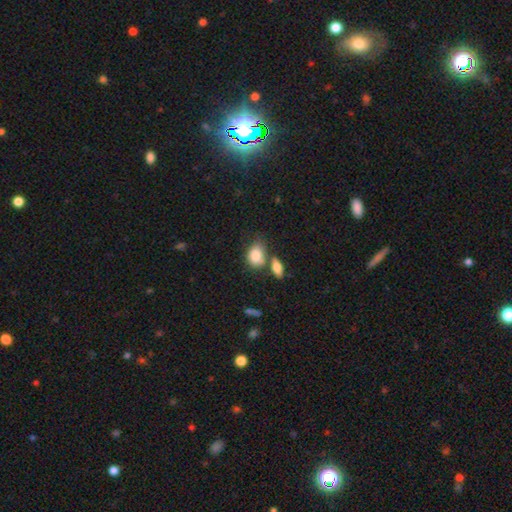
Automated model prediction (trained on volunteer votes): A smooth galaxy with no disk features (82%) that is in between round and cigar-shaped (75%).

Vote fractions:
- Smooth or featured? smooth: 82% / featured or disk: 10% / star or artifact: 8%
- How rounded? in between: 75% / round: 23% / cigar-shaped: 2%
- Merging? none: 45% / merger: 32% / minor disturbance: 17% / major disturbance: 6%